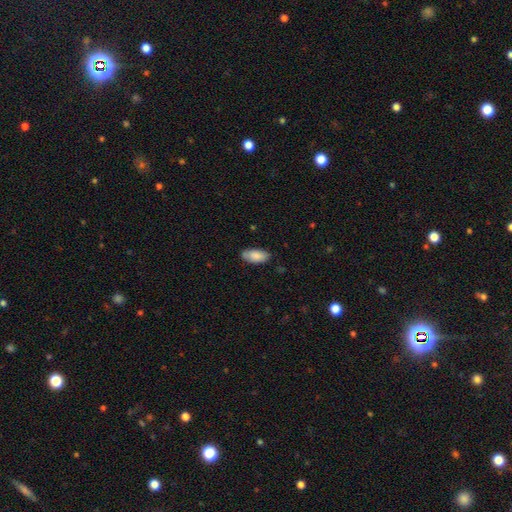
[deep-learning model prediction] Smooth or featured: smooth — 84% (featured or disk — 10%)
How rounded: in between — 91% (cigar-shaped — 7%)
Merging: none — 78% (minor disturbance — 18%)